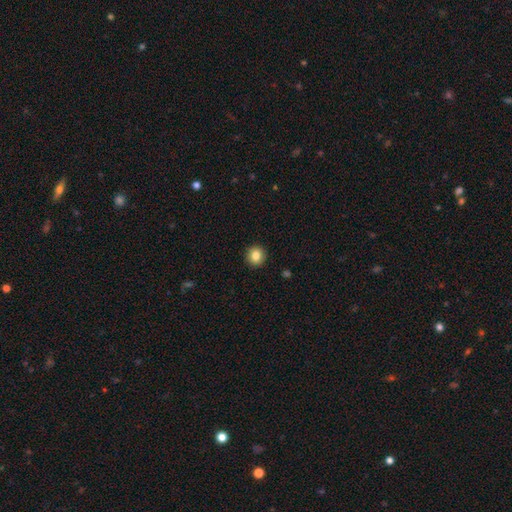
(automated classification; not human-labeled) Q: Smooth or featured?
A: smooth (84%); runner-up: star or artifact (9%)
Q: How rounded?
A: round (93%); runner-up: in between (6%)
Q: Merging?
A: none (92%); runner-up: minor disturbance (5%)